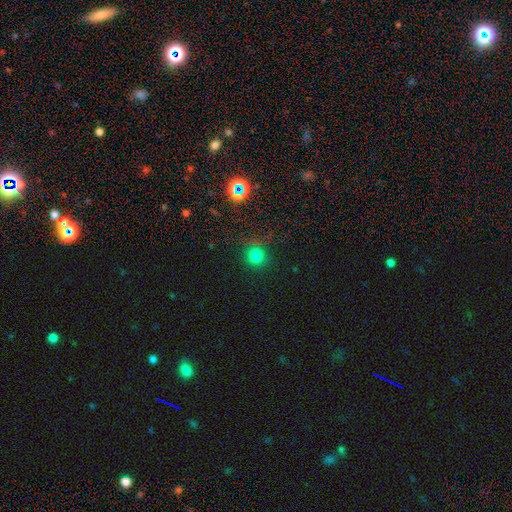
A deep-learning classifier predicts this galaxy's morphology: Q: Smooth or featured?
A: smooth (75%); runner-up: star or artifact (20%)
Q: How rounded?
A: round (94%); runner-up: in between (5%)
Q: Merging?
A: none (84%); runner-up: minor disturbance (10%)